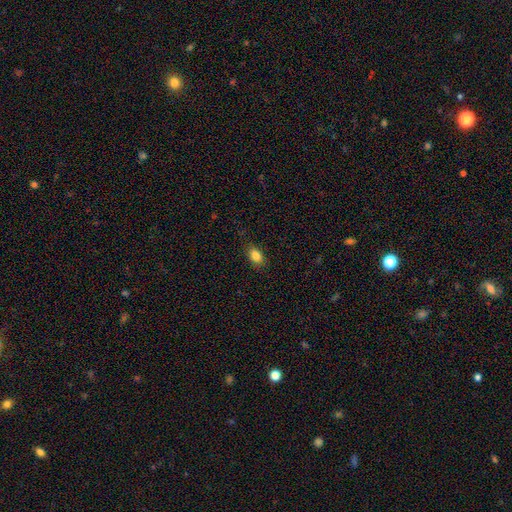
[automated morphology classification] The model was most divided on "how rounded": in between: 83%, round: 15%, cigar-shaped: 2%. More confident: smooth or featured — smooth (85%); merging — none (85%).